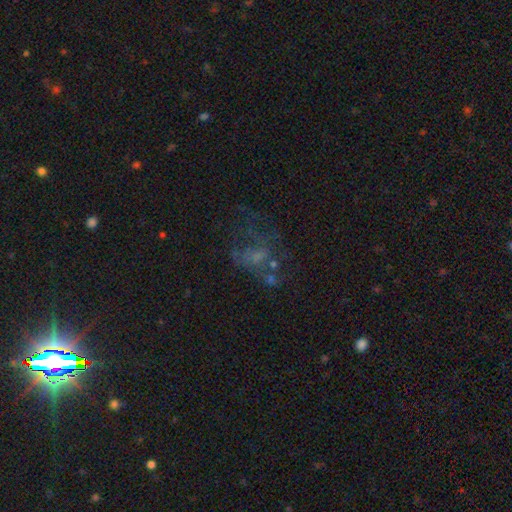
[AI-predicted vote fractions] The model was most divided on "merging": major disturbance: 39%, none: 36%, minor disturbance: 16%, merger: 10%. Remaining: smooth or featured — featured or disk (45%).